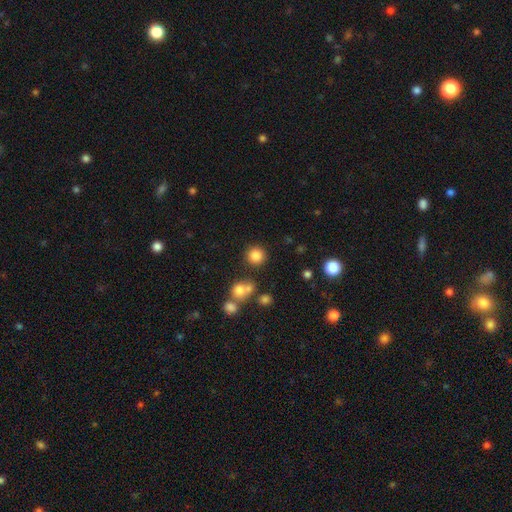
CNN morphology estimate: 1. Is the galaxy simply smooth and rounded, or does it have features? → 83% smooth, 12% star or artifact, 5% featured or disk.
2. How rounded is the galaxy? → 93% round, 6% in between, 1% cigar-shaped.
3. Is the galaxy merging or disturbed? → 84% none, 7% minor disturbance, 6% merger, 3% major disturbance.